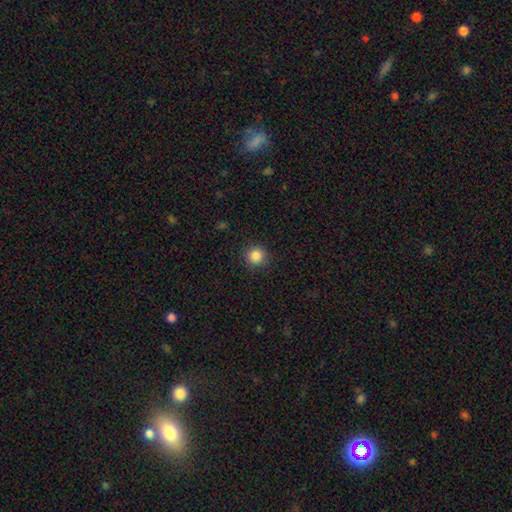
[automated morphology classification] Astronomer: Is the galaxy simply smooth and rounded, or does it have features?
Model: smooth — 86%.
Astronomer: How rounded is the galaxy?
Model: round — 93%.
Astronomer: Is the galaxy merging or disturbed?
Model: none — 90%.